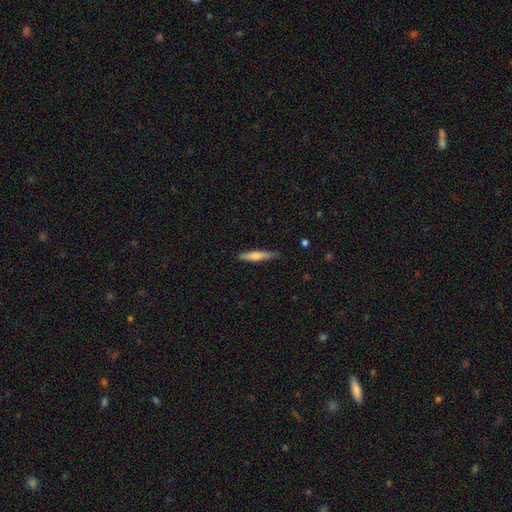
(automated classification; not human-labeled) Q: Smooth or featured?
A: smooth (62%); runner-up: featured or disk (32%)
Q: How rounded?
A: cigar-shaped (90%); runner-up: in between (8%)
Q: Merging?
A: none (84%); runner-up: minor disturbance (13%)